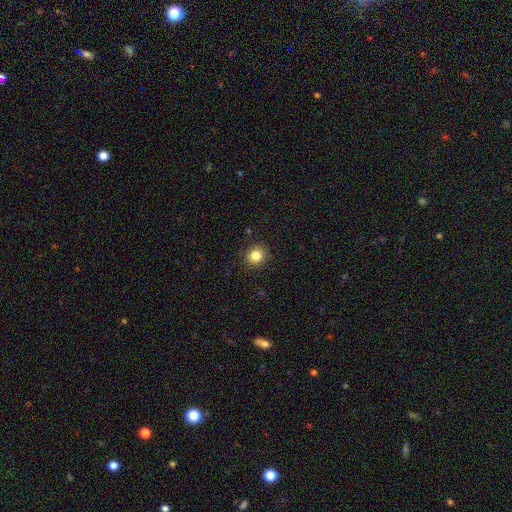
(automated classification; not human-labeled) This is clearly a smooth galaxy (84%). How rounded: clearly round (89%). Merging: clearly none (90%).